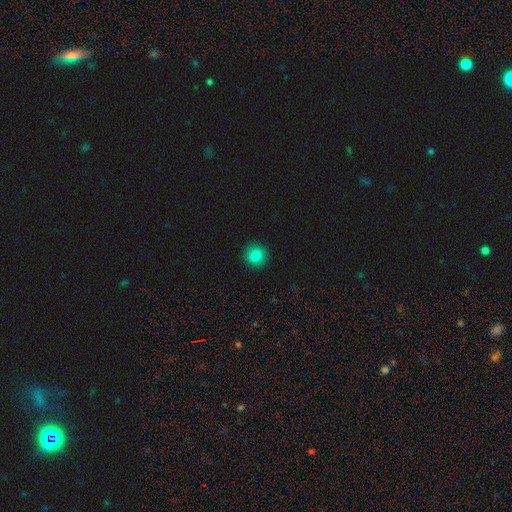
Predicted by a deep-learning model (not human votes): This appears to be a smooth galaxy with no disk features (84%) that is round (92%). Merging: none (92%).